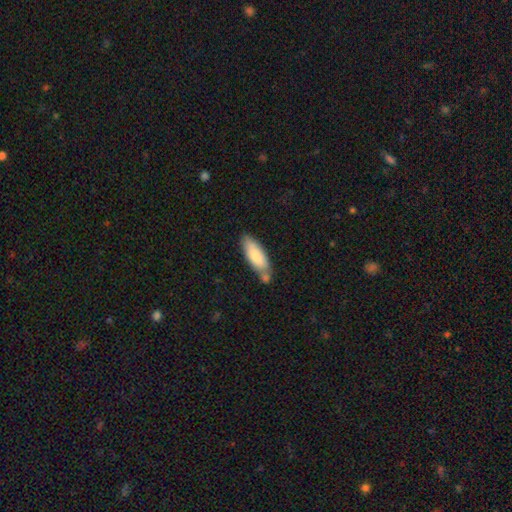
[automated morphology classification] type=smooth (80%); roundness=in between (65%); merging=none (52%).